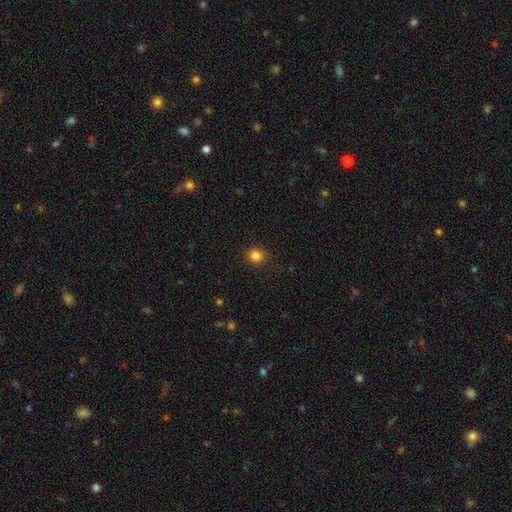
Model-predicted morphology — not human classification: This is clearly a smooth galaxy (84%). How rounded: clearly round (82%). Merging: clearly none (89%).